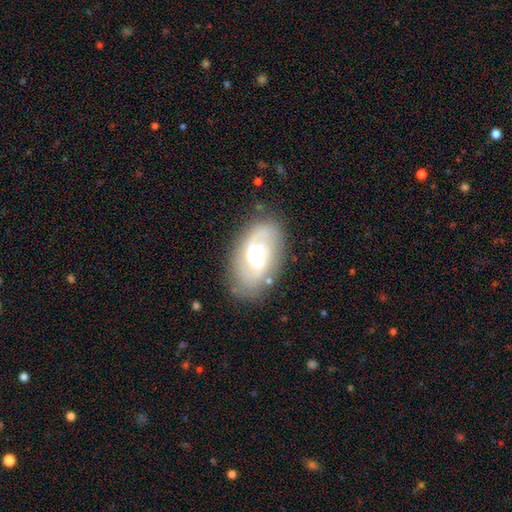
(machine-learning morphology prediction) Smooth or featured: featured or disk — 77% (smooth — 16%)
Edge-on disk: no — 96% (yes — 4%)
Bar: weak — 49% (no — 36%)
Spiral arms: yes — 91% (no — 9%)
Spiral winding: medium — 45% (tight — 29%)
Spiral arm count: 2 — 75% (can't tell — 11%)
Bulge size: moderate — 52% (large — 32%)
Merging: none — 76% (minor disturbance — 16%)